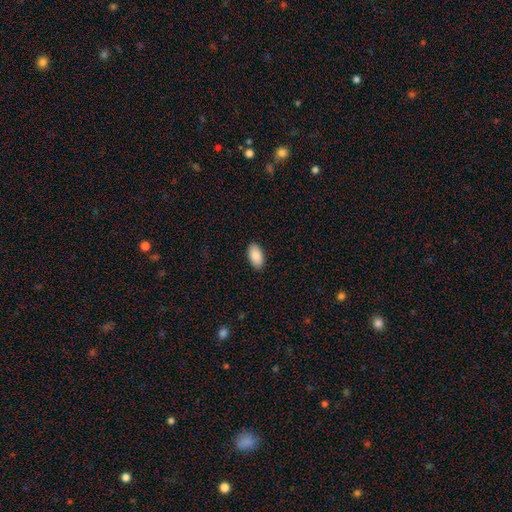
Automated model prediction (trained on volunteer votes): Morphology: type=smooth (90%); roundness=in between (96%); merging=none (90%).